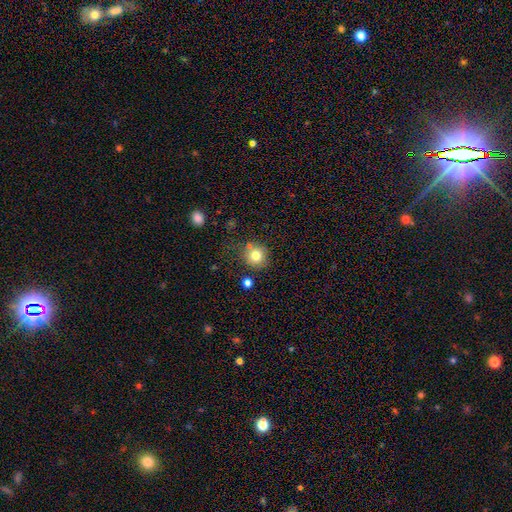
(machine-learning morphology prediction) This is likely a smooth galaxy (77%). How rounded: clearly round (91%). Merging: likely none (73%).